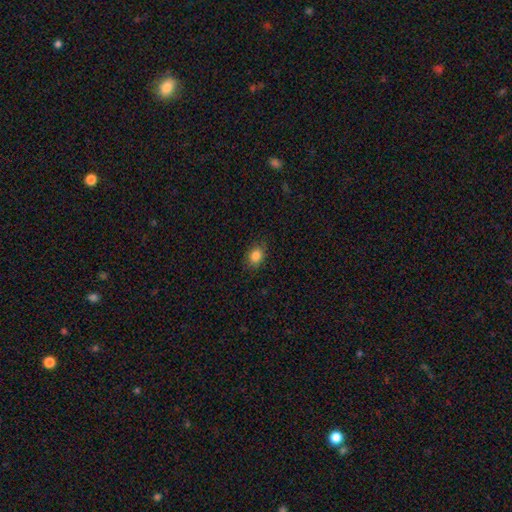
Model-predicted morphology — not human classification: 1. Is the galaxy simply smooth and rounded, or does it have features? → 85% smooth, 10% star or artifact, 5% featured or disk.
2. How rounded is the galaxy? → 60% in between, 39% round, 1% cigar-shaped.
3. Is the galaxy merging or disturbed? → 82% none, 14% minor disturbance, 3% major disturbance, 1% merger.